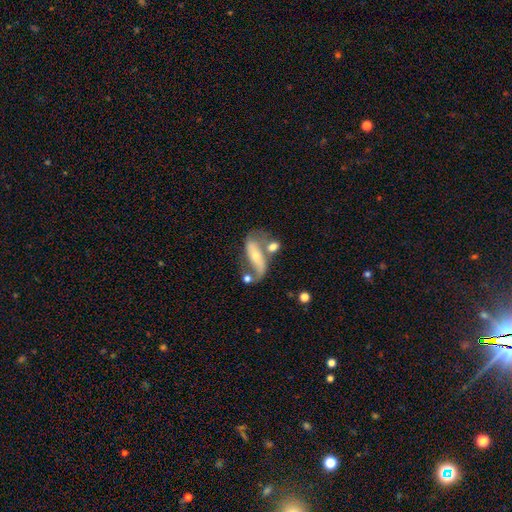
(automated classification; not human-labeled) smooth-or-featured: featured or disk: 74% | smooth: 20% | star or artifact: 7%
  disk-edge-on: no: 85% | yes: 15%
    bar: strong: 39% (tied) | no: 39% (tied) | weak: 22%
    has-spiral-arms: yes: 78% | no: 22%
    bulge-size: small: 55% | moderate: 40% | large: 2% | none: 2% | dominant: 1%
  merging: none: 45% | merger: 23% | minor disturbance: 18% | major disturbance: 14%